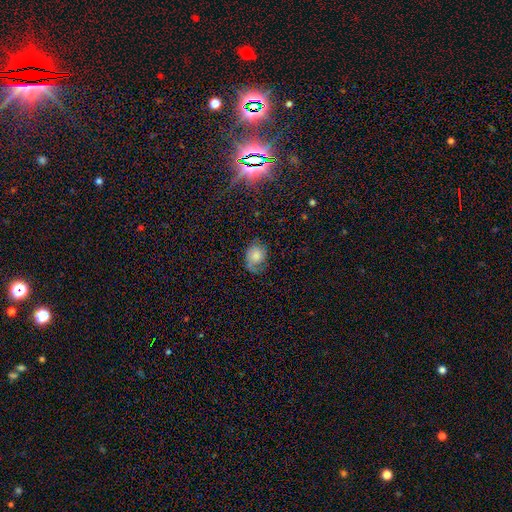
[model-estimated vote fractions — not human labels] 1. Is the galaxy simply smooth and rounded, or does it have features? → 61% smooth, 29% featured or disk, 10% star or artifact.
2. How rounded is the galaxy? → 52% in between, 46% round, 1% cigar-shaped.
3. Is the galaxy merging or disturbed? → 53% none, 29% minor disturbance, 17% major disturbance, 2% merger.